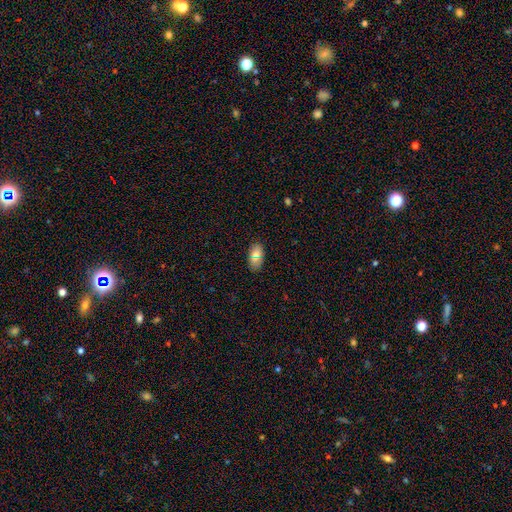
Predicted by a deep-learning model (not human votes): Morphology: type=smooth (75%); roundness=in between (92%); merging=none (83%).